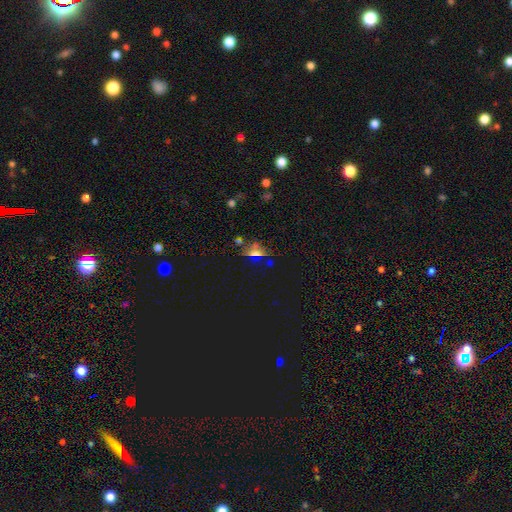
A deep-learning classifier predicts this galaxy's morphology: smooth-or-featured: star or artifact: 51% | smooth: 35% | featured or disk: 13%